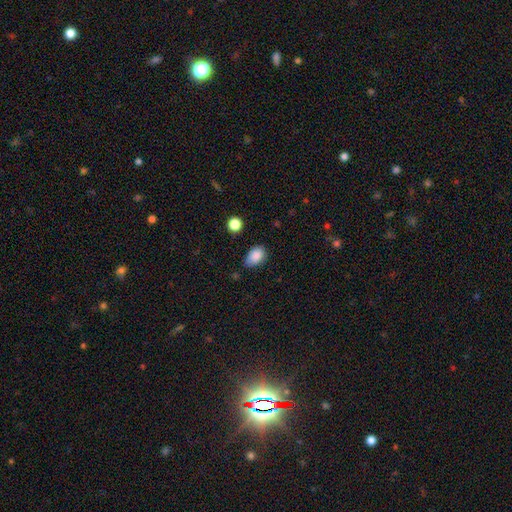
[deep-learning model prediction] Smooth or featured?
  - smooth: 87% *
  - star or artifact: 9%
  - featured or disk: 5%
How rounded?
  - in between: 85% *
  - round: 13%
  - cigar-shaped: 1%
Merging?
  - none: 69% *
  - minor disturbance: 25%
  - major disturbance: 4%
  - merger: 2%